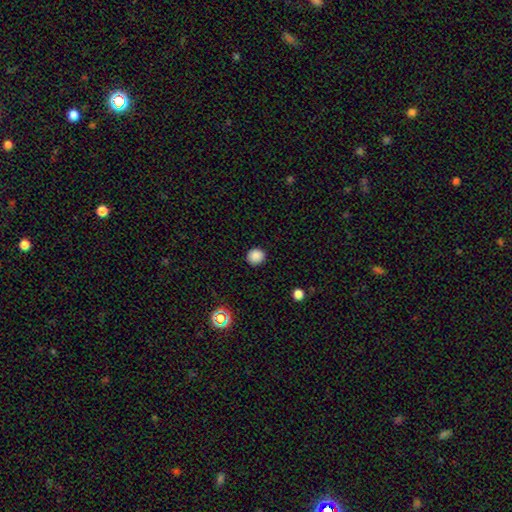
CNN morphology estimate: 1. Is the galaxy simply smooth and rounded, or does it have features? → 86% smooth, 11% star or artifact, 3% featured or disk.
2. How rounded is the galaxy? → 85% round, 15% in between, 1% cigar-shaped.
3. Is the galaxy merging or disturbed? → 90% none, 7% minor disturbance, 2% major disturbance, 1% merger.